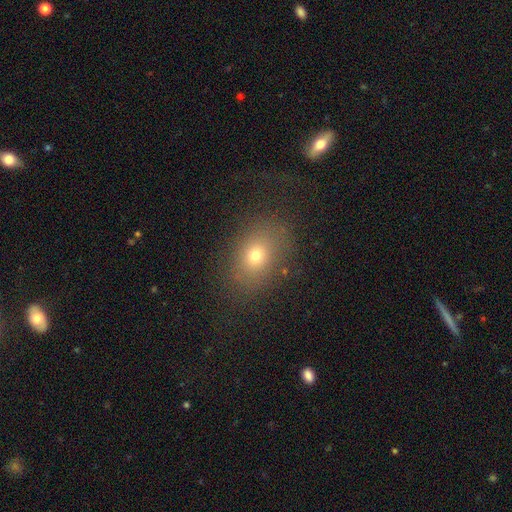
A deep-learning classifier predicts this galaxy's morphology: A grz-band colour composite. It shows a smooth galaxy with no disk features (70%) that is in between round and cigar-shaped (61%). Merging: none (79%).